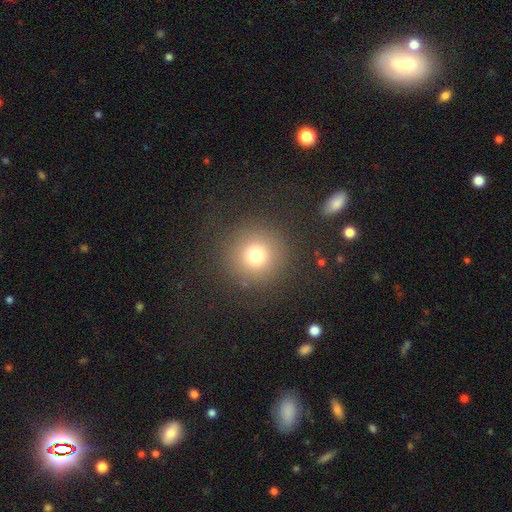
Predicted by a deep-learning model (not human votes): Overall: smooth (74%). How rounded: round (95%). Merging: none (87%).